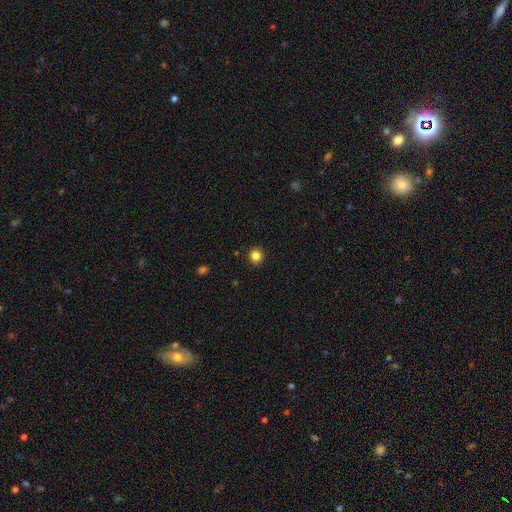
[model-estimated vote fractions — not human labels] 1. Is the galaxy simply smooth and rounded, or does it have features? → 83% smooth, 12% star or artifact, 5% featured or disk.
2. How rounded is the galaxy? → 93% round, 6% in between, 1% cigar-shaped.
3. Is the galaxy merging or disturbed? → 92% none, 5% minor disturbance, 2% major disturbance, 1% merger.